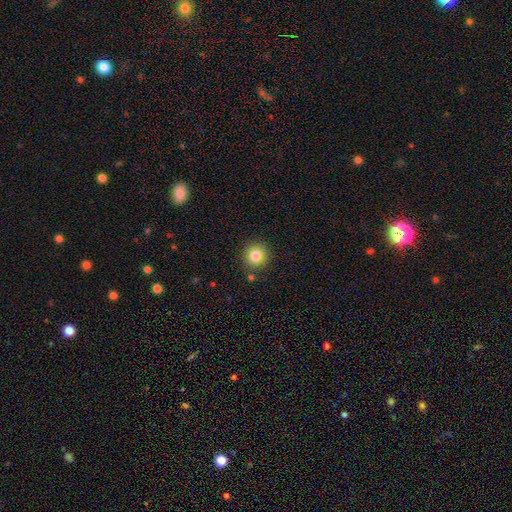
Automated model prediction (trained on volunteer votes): Morphology: type=smooth (82%); roundness=round (93%); merging=none (87%).